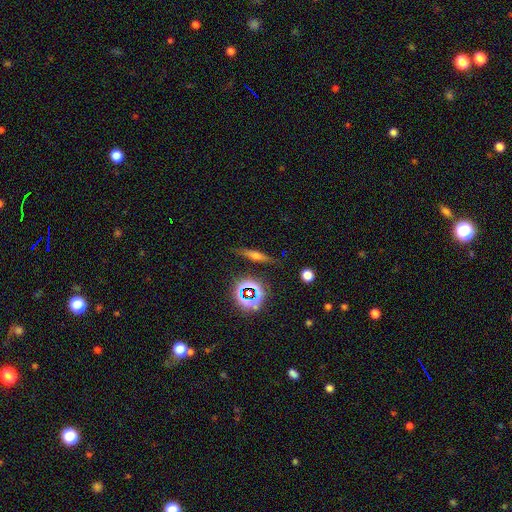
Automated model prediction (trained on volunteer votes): Smooth or featured?
  - featured or disk: 43% *
  - smooth: 36%
  - star or artifact: 21%
Merging?
  - none: 84% *
  - minor disturbance: 11%
  - major disturbance: 3%
  - merger: 2%